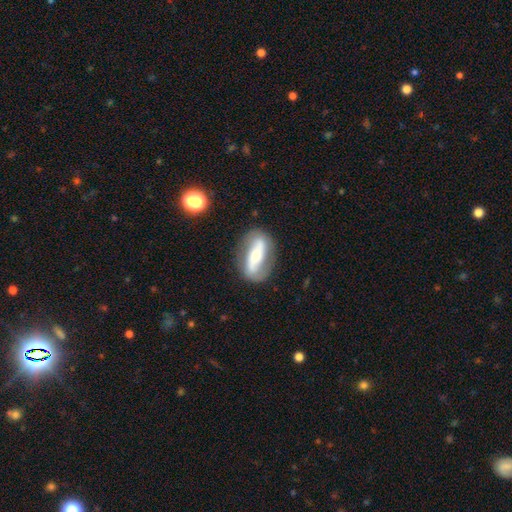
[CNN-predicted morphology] This appears to be a featured or disk galaxy (68%) with a strong bar (59%), spiral arms (71%) and a moderate central bulge (46%). Merging: none (78%).